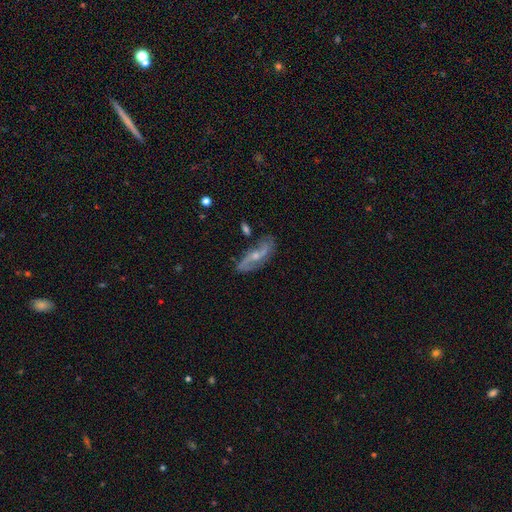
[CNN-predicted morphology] A featured or disk galaxy (79%) with no bar (43%), 2 (90%) loose (62%) spiral arms (91%) and a small central bulge (58%).

Vote fractions:
- Smooth or featured? featured or disk: 79% / smooth: 14% / star or artifact: 7%
- Edge-on disk? no: 86% / yes: 14%
- Bar? no: 43% / weak: 36% / strong: 21%
- Spiral arms? yes: 91% / no: 9%
- Spiral winding? loose: 62% / medium: 27% / tight: 12%
- Spiral arm count? 2: 90% / can't tell: 5% / 1: 2% / 3: 1% / 4: 1% / more than 4: 1%
- Bulge size? small: 58% / moderate: 37% / none: 3% / large: 1% / dominant: 1%
- Merging? none: 74% / minor disturbance: 17% / major disturbance: 6% / merger: 4%